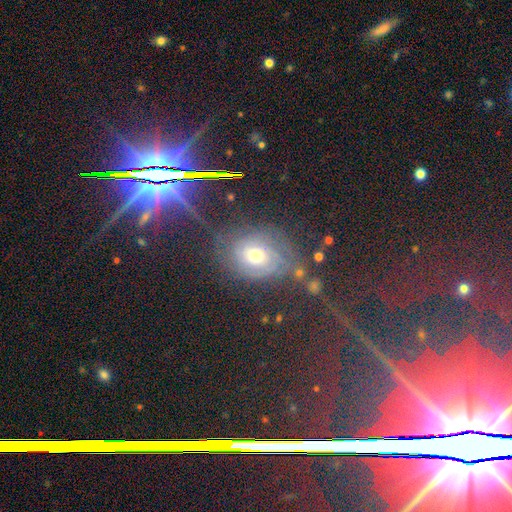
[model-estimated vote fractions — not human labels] This appears to be a star or artifact, not a galaxy (45%).